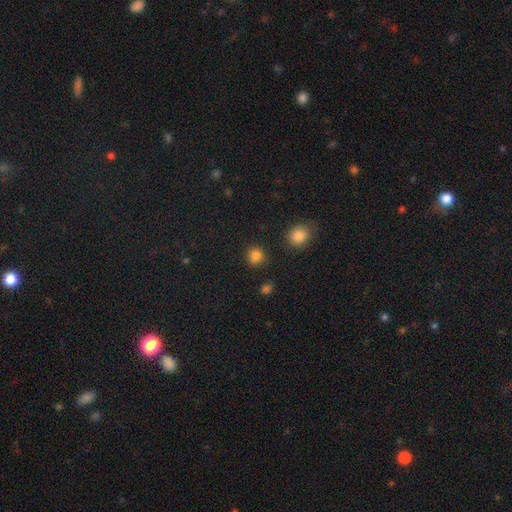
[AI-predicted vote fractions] Smooth or featured? smooth (84%)
How rounded? round (86%)
Merging? none (84%)